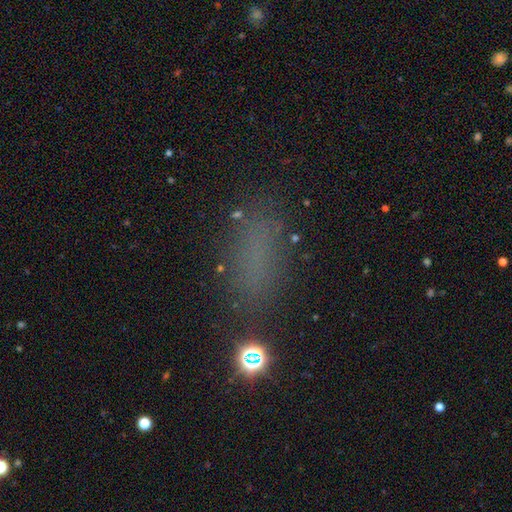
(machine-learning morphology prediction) smooth-or-featured: smooth: 64% | star or artifact: 26% | featured or disk: 10%
  how-rounded: in between: 69% | cigar-shaped: 24% | round: 8%
  merging: none: 76% | minor disturbance: 13% | major disturbance: 7% | merger: 3%